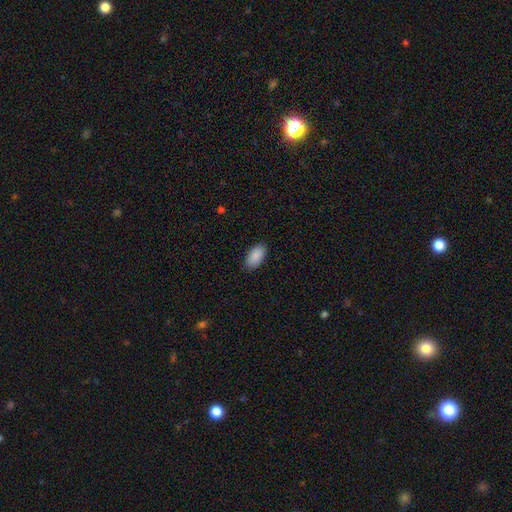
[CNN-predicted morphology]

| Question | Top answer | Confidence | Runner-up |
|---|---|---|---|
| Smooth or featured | smooth | 90% | star or artifact (6%) |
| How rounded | in between | 94% | cigar-shaped (3%) |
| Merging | none | 87% | minor disturbance (10%) |